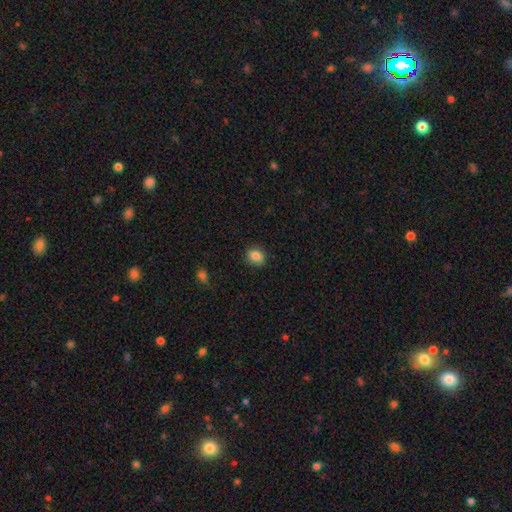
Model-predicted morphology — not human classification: This is clearly a smooth galaxy (85%). How rounded: possibly in between (51%). Merging: clearly none (84%).